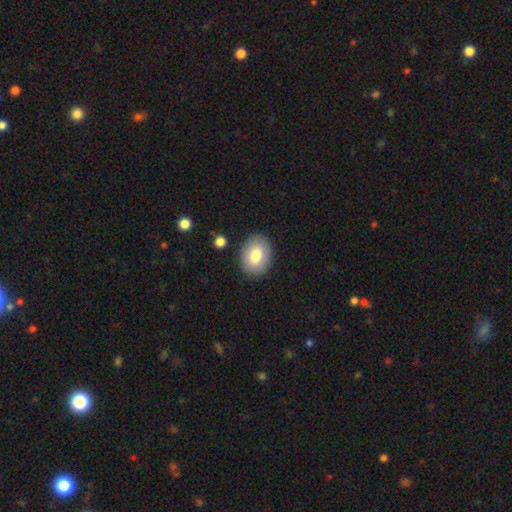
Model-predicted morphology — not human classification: Smooth or featured? smooth (79%)
How rounded? in between (66%)
Merging? none (86%)